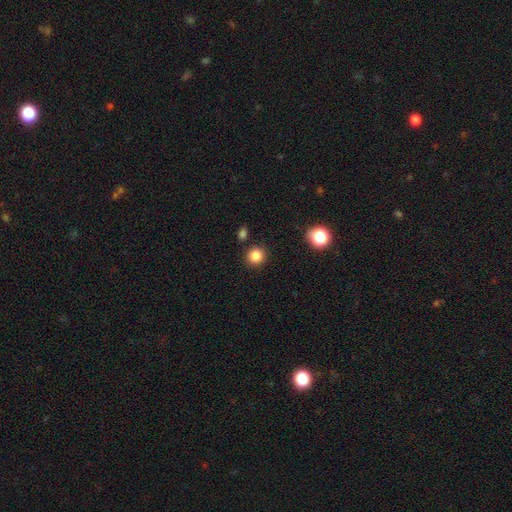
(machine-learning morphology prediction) Smooth or featured? Predicted: smooth (p=0.84). How rounded? Predicted: round (p=0.93). Merging? Predicted: none (p=0.88).